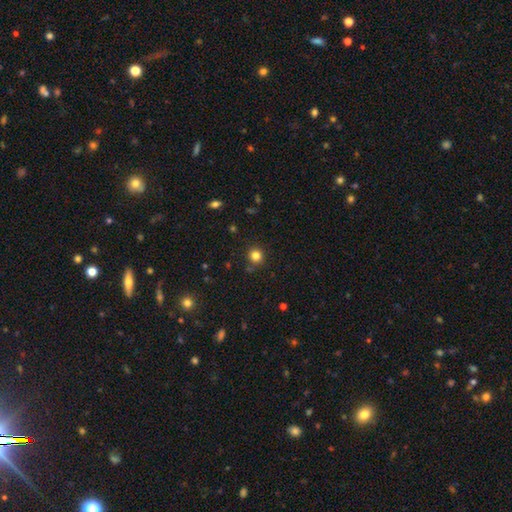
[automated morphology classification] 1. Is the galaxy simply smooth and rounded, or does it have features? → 82% smooth, 14% star or artifact, 5% featured or disk.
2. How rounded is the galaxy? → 93% round, 6% in between, 1% cigar-shaped.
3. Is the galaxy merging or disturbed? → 87% none, 8% minor disturbance, 3% merger, 2% major disturbance.